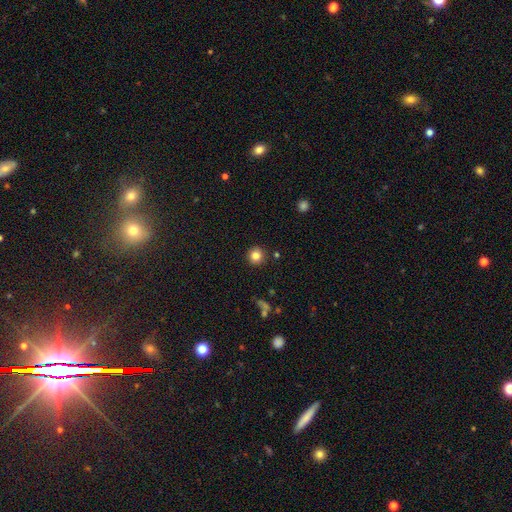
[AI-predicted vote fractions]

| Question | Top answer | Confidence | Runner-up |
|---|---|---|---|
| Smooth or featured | smooth | 82% | star or artifact (11%) |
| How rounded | round | 94% | in between (5%) |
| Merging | none | 90% | minor disturbance (6%) |